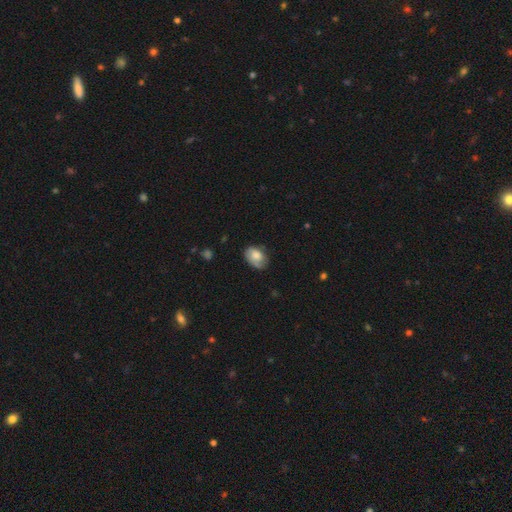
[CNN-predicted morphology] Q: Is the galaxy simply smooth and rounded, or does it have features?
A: smooth — 70%.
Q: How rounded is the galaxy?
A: in between — 81%.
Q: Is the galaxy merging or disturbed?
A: none — 64%.